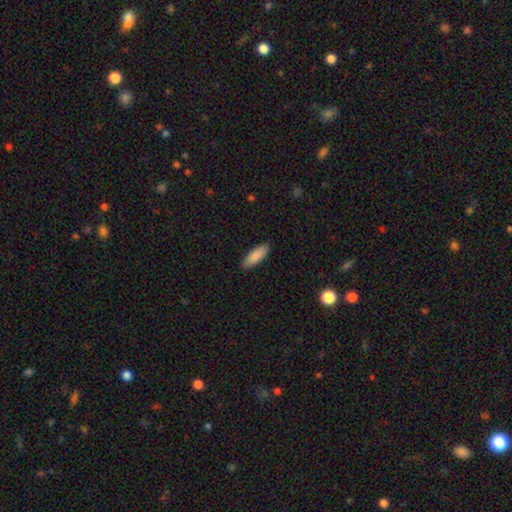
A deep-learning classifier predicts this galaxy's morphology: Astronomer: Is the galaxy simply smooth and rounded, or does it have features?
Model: smooth — 88%.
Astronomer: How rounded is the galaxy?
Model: in between — 63%.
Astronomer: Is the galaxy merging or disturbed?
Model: none — 89%.